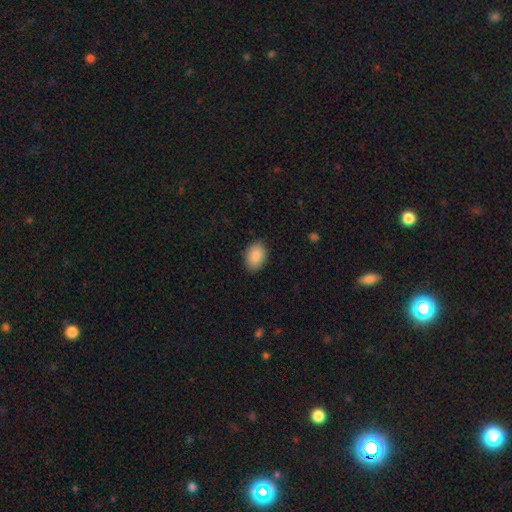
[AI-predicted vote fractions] This is clearly a smooth galaxy (87%). How rounded: clearly in between (84%). Merging: clearly none (87%).